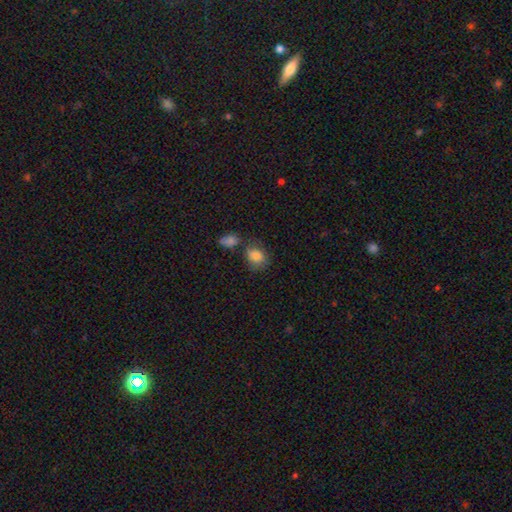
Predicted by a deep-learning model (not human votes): Smooth or featured? Predicted: smooth (p=0.83). How rounded? Predicted: in between (p=0.58). Merging? Predicted: none (p=0.57).